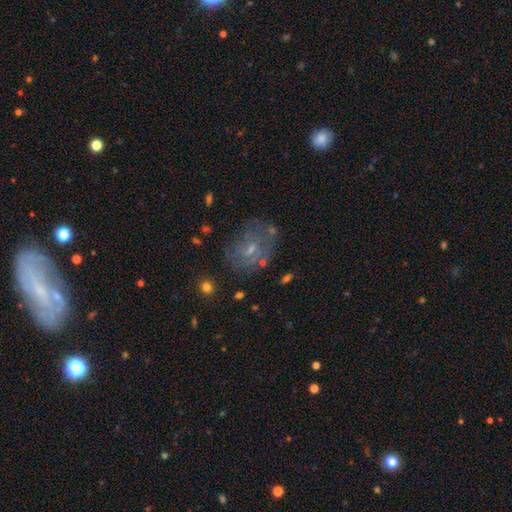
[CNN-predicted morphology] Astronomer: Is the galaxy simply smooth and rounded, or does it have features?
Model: featured or disk — 56%.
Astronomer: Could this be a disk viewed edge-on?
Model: no — 96%.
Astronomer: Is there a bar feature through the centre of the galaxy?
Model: no — 51% (runner-up: weak, 41%).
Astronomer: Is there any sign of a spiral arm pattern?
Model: yes — 63%.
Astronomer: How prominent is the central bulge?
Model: small — 60%.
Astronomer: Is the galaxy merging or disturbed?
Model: none — 60%.